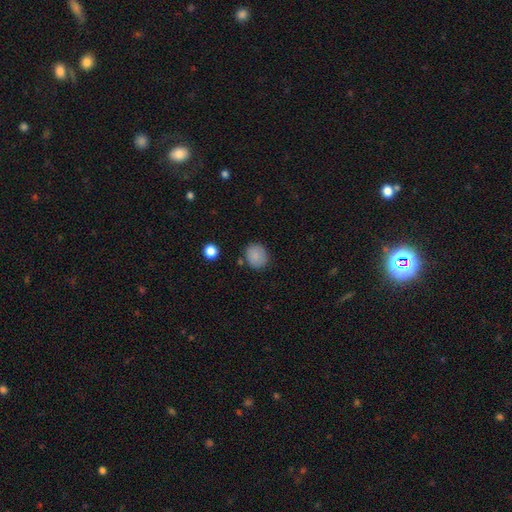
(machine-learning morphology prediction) smooth_or_featured: smooth (p=0.85) [alt: star or artifact p=0.09]
how_rounded: round (p=0.80) [alt: in between p=0.19]
merging: none (p=0.80) [alt: minor disturbance p=0.12]